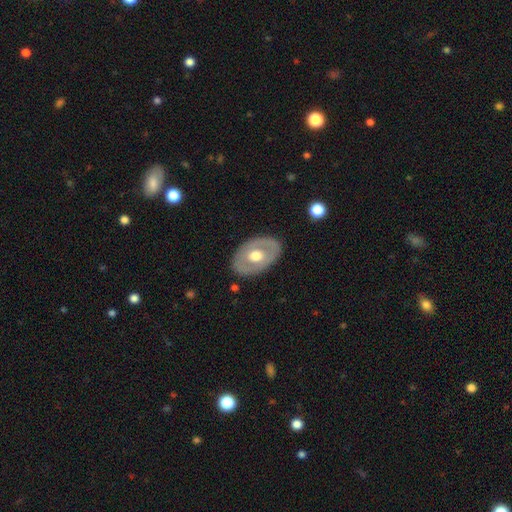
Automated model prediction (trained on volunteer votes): featured or disk 51%, smooth 44%, star or artifact 5%. Down the decision tree: edge-on disk — no (89%); merging — none (84%).